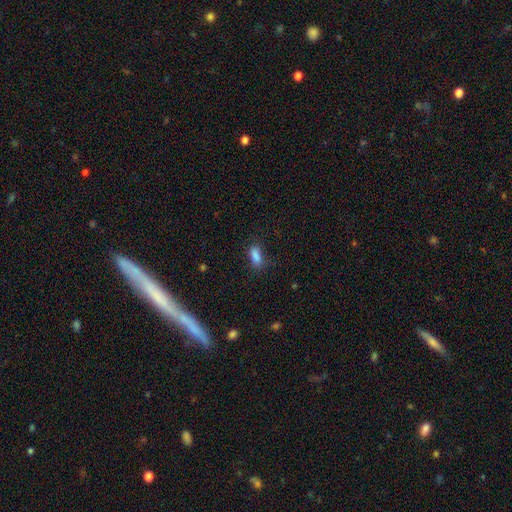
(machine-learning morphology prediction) A smooth galaxy with no disk features (84%) that is in between round and cigar-shaped (79%). Merging: none (70%).